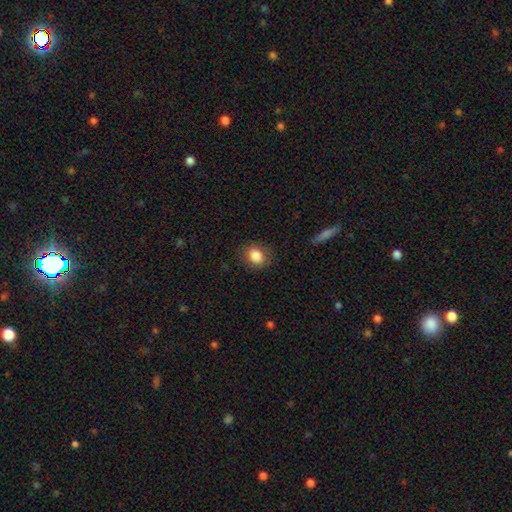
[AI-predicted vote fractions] Overall: smooth (85%). How rounded: round (53%; in between 46%). Merging: none (82%).